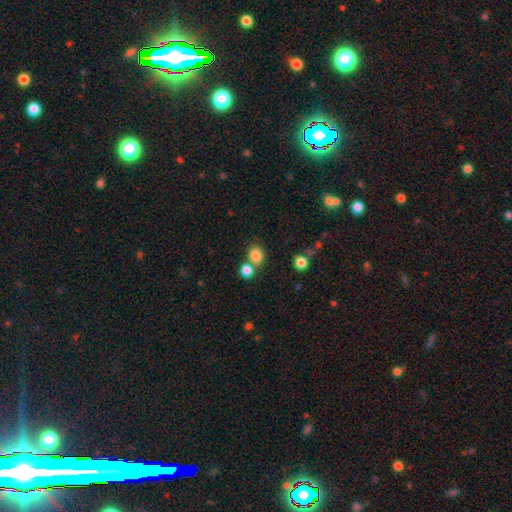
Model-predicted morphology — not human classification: type=smooth (83%); roundness=round (73%); merging=none (59%).